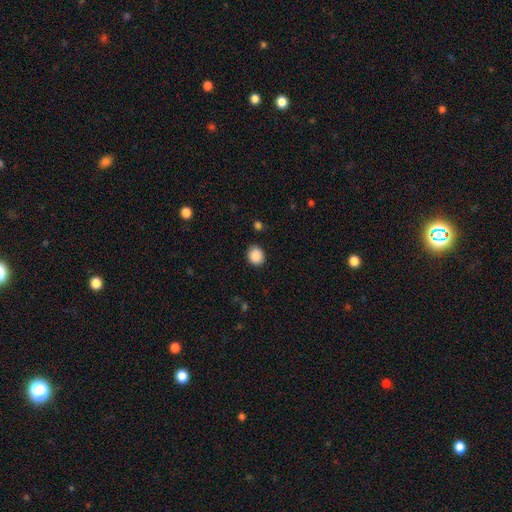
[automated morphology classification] A smooth galaxy with no disk features (89%) that is round (66%). Merging: none (86%).